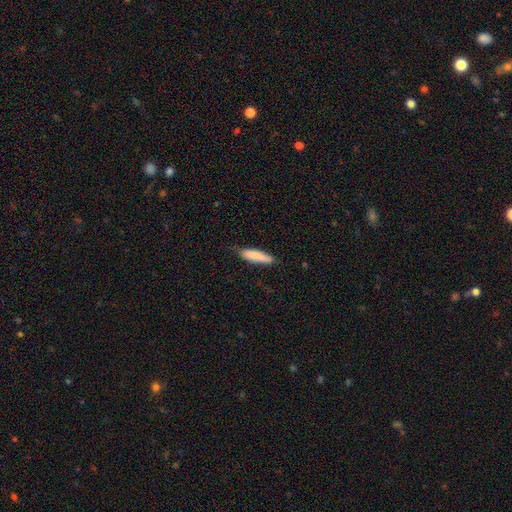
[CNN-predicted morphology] Overall: smooth (85%). How rounded: cigar-shaped (70%). Merging: none (74%).